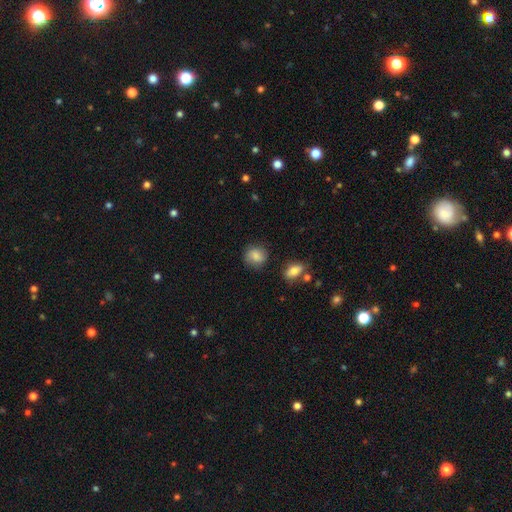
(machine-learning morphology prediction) smooth 81%, featured or disk 11%, star or artifact 8%. Down the decision tree: how rounded — round (74%); merging — none (77%).